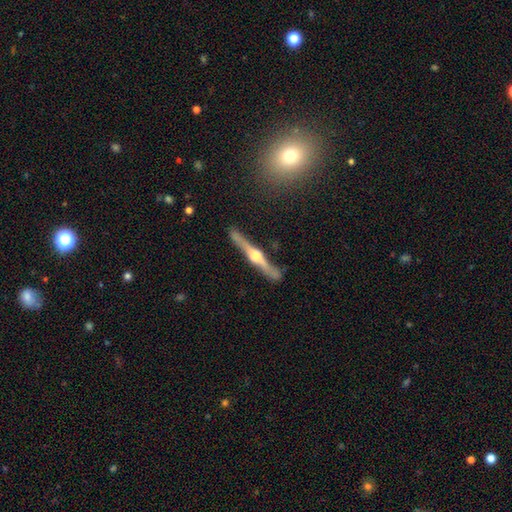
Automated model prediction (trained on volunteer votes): smooth_or_featured: featured or disk (p=0.83) [alt: smooth p=0.11]
disk_edge_on: yes (p=0.98) [alt: no p=0.02]
edge_on_bulge: rounded (p=0.95) [alt: boxy p=0.03]
merging: none (p=0.87) [alt: minor disturbance p=0.09]